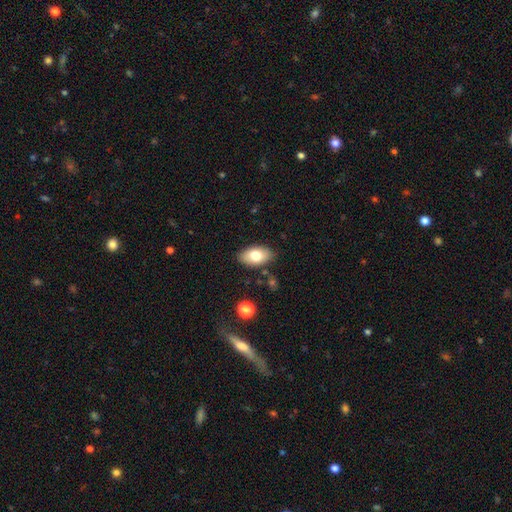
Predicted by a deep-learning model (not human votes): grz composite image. It shows a smooth galaxy with no disk features (74%) that is in between round and cigar-shaped (92%). Merging: none (84%).